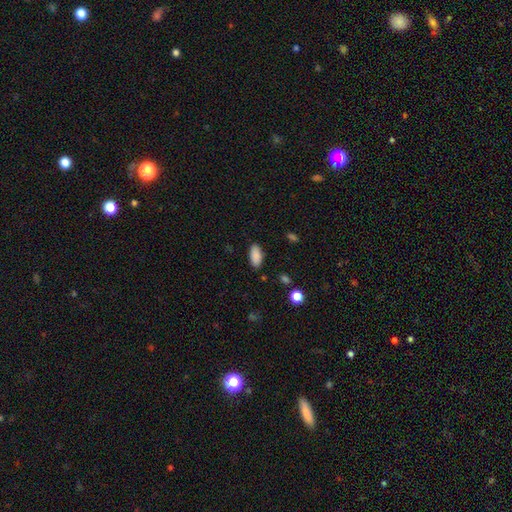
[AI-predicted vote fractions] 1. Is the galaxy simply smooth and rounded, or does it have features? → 88% smooth, 8% star or artifact, 4% featured or disk.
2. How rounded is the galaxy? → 90% in between, 8% cigar-shaped, 2% round.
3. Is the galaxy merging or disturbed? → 86% none, 10% minor disturbance, 2% major disturbance, 1% merger.